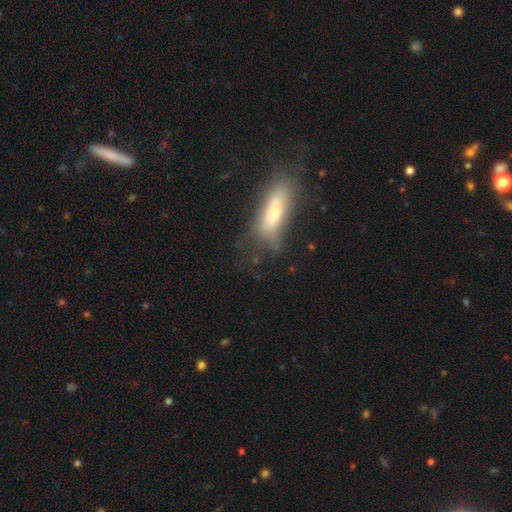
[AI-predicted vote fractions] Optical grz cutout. It shows a smooth galaxy with no disk features (46%). Merging: none (72%).